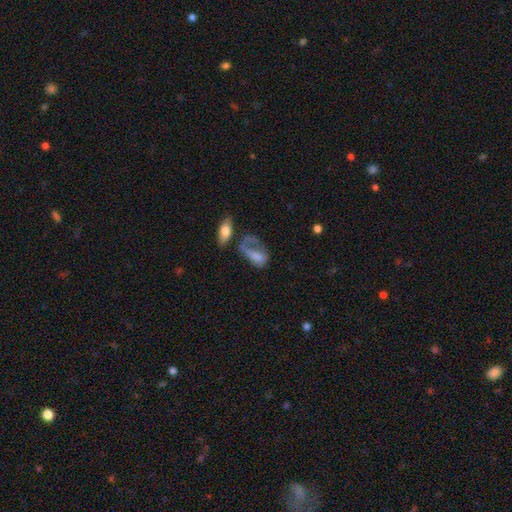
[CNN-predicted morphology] smooth 62%, featured or disk 28%, star or artifact 10%. Down the decision tree: how rounded — in between (85%); merging — major disturbance (44%).